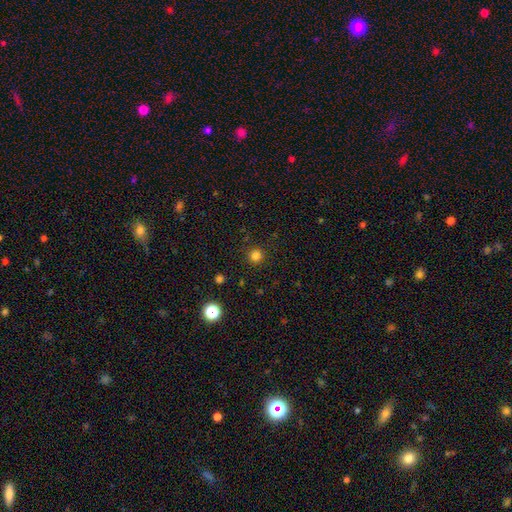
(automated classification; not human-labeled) Smooth or featured?
  - smooth: 81% *
  - star or artifact: 16%
  - featured or disk: 4%
How rounded?
  - round: 94% *
  - in between: 5%
  - cigar-shaped: 1%
Merging?
  - none: 90% *
  - minor disturbance: 6%
  - major disturbance: 2%
  - merger: 1%